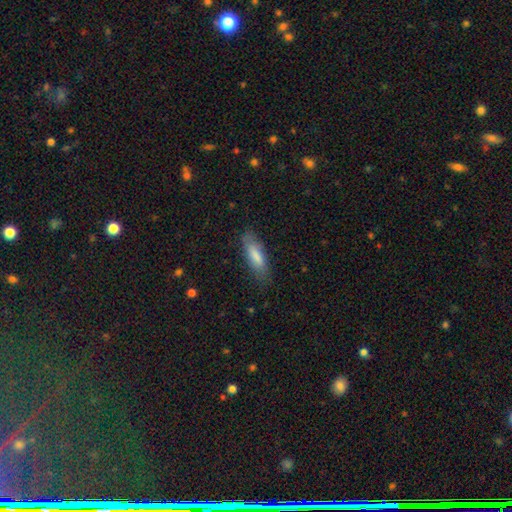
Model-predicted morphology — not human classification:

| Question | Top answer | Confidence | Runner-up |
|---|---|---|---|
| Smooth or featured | smooth | 76% | featured or disk (18%) |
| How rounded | cigar-shaped | 50% | in between (48%) |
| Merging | none | 78% | minor disturbance (17%) |